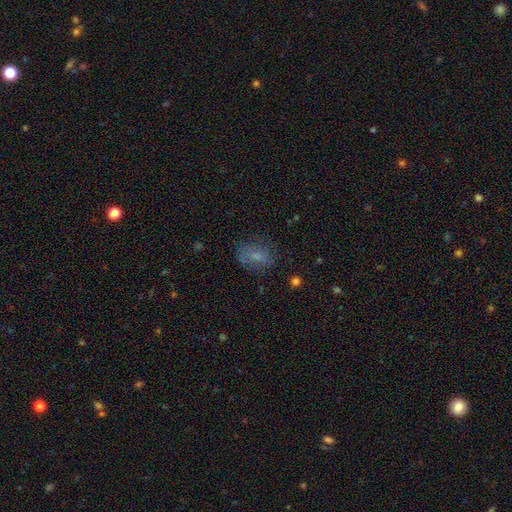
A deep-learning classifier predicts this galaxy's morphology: Smooth or featured? smooth (61%)
How rounded? in between (72%)
Merging? none (66%)